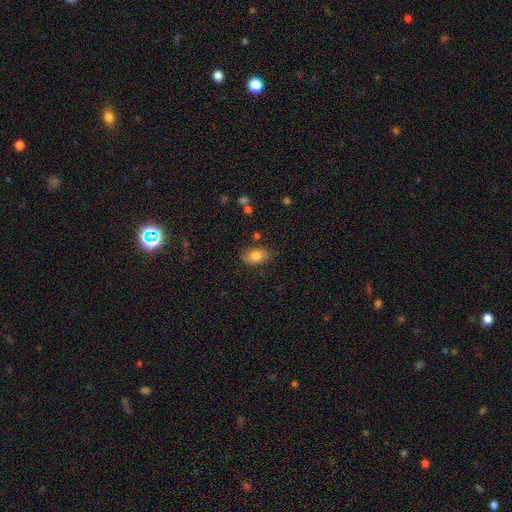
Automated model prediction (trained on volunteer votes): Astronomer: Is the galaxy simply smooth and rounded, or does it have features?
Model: smooth — 81%.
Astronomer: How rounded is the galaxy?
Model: in between — 89%.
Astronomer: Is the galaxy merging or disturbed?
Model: none — 81%.